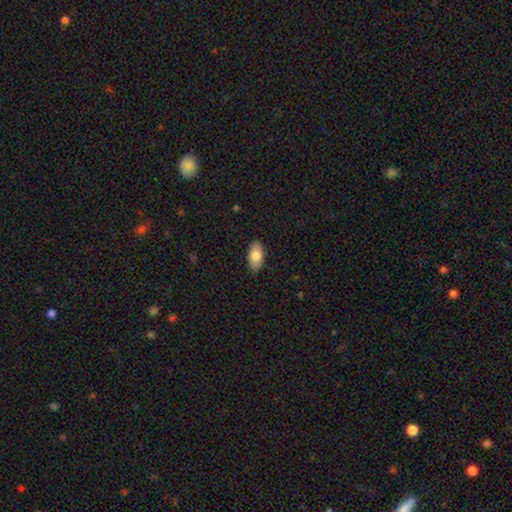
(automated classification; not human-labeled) This is likely a smooth galaxy (78%). How rounded: clearly in between (94%). Merging: clearly none (88%).